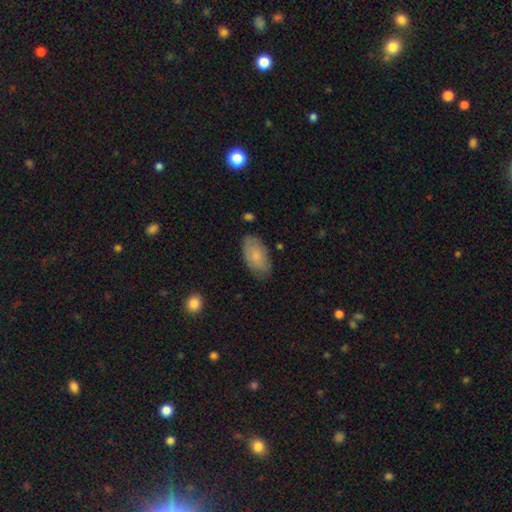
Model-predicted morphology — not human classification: smooth_or_featured: smooth (p=0.79) [alt: featured or disk p=0.15]
how_rounded: in between (p=0.95) [alt: round p=0.03]
merging: none (p=0.77) [alt: minor disturbance p=0.18]